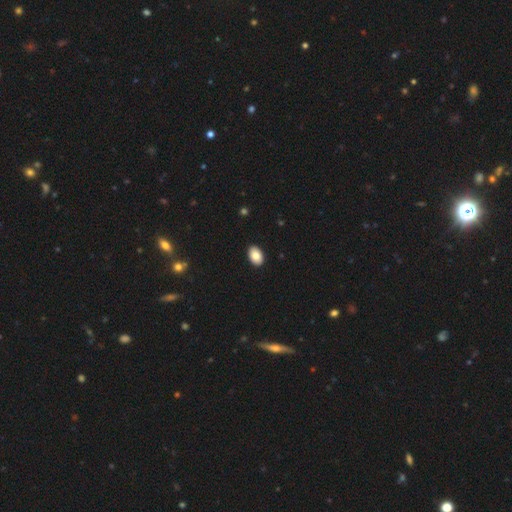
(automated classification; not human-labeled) Smooth or featured? smooth (88%)
How rounded? in between (89%)
Merging? none (91%)